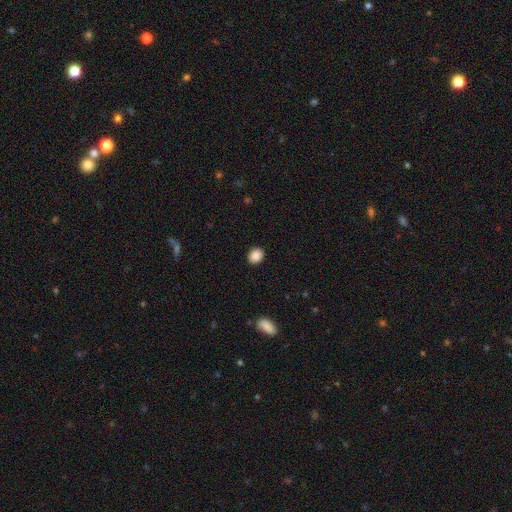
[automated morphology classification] smooth 88%, star or artifact 8%, featured or disk 3%. Down the decision tree: how rounded — round (59%); merging — none (91%).